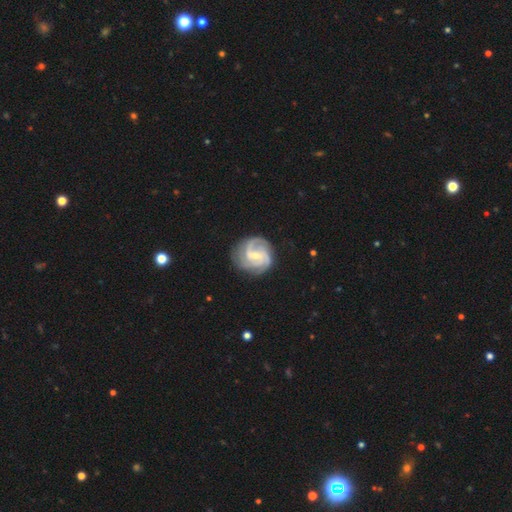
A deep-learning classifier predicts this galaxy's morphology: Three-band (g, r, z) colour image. It shows a featured or disk galaxy (88%) with a weak bar (55%), 3 (43%) tight (48%) spiral arms (98%) and a small central bulge (58%). Merging: none (76%).